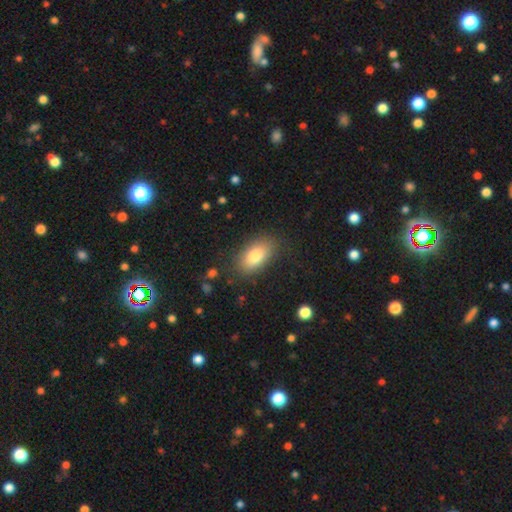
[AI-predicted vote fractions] smooth-or-featured: smooth: 80% | featured or disk: 13% | star or artifact: 8%
  how-rounded: in between: 91% | round: 6% | cigar-shaped: 3%
  merging: none: 83% | minor disturbance: 12% | major disturbance: 4% | merger: 1%